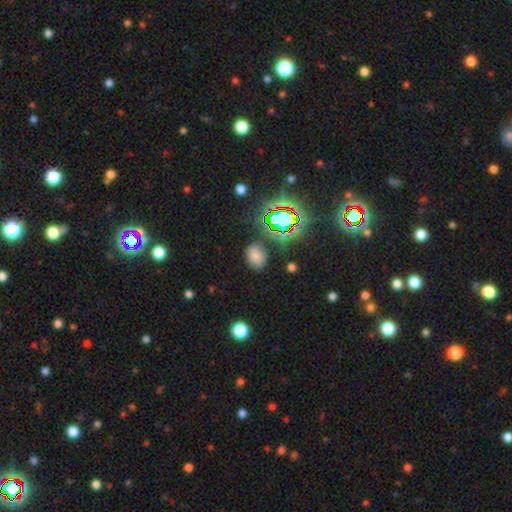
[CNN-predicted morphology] type=smooth (66%); roundness=in between (67%); merging=none (77%).